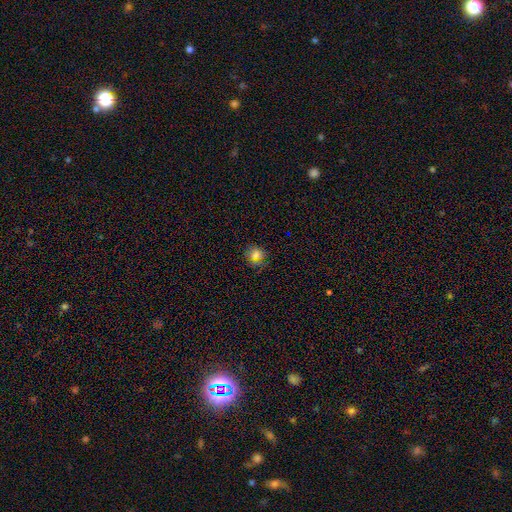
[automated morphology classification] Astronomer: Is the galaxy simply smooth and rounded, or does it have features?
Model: smooth — 70%.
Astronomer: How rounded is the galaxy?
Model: round — 82%.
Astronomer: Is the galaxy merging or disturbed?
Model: none — 84%.